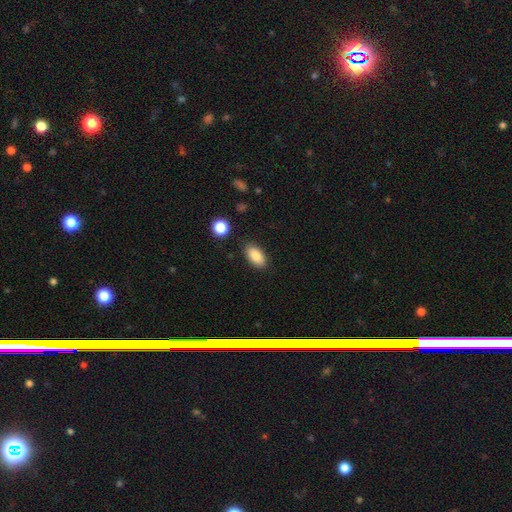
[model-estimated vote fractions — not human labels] Smooth or featured: smooth — 86% (star or artifact — 8%)
How rounded: in between — 92% (round — 4%)
Merging: none — 86% (minor disturbance — 9%)